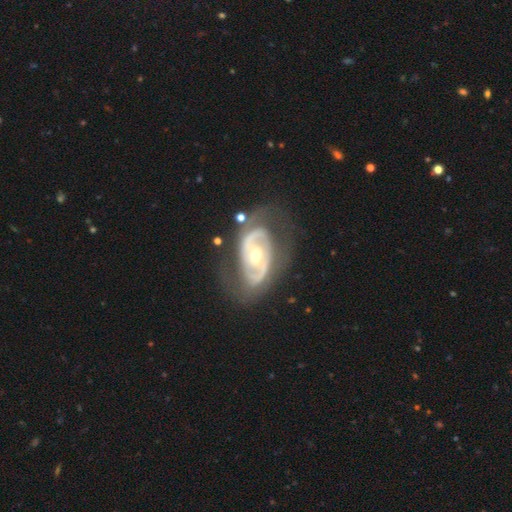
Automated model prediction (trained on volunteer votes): Morphology: type=featured or disk (84%); edge-on=no (96%); bar=no (57%); spiral arms=yes (83%); winding=medium (42%); arm count=2 (81%); bulge=moderate (54%); merging=none (72%).